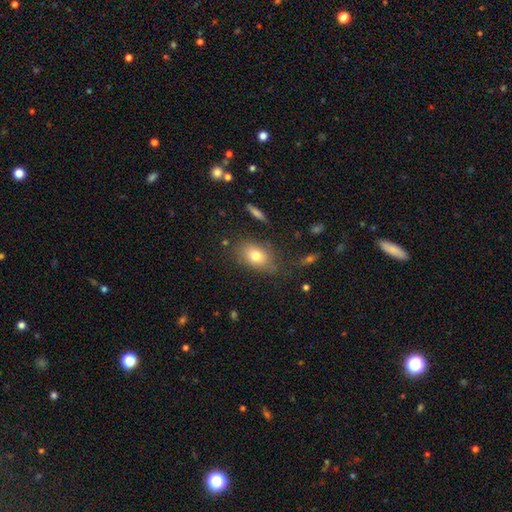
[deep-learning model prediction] Smooth or featured? Predicted: smooth (p=0.76). How rounded? Predicted: in between (p=0.79). Merging? Predicted: none (p=0.72).